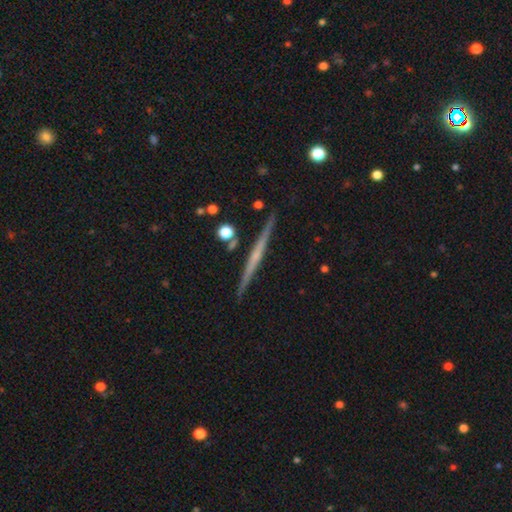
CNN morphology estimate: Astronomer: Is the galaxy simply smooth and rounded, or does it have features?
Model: featured or disk — 71%.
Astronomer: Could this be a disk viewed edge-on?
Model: yes — 98%.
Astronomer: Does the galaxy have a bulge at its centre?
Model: none — 64%.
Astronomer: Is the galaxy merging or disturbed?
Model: none — 91%.